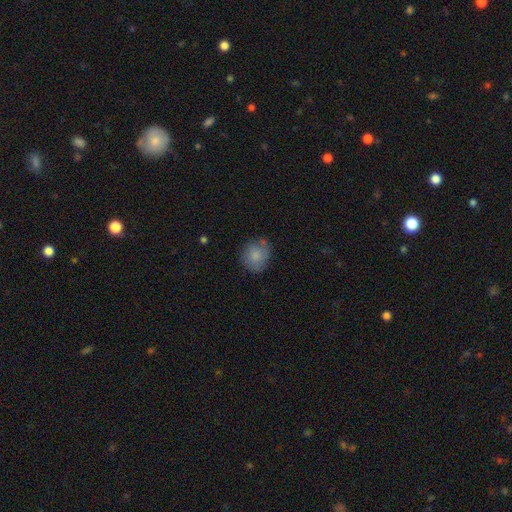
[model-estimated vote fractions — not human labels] Smooth or featured? Predicted: smooth (p=0.79). How rounded? Predicted: round (p=0.76). Merging? Predicted: none (p=0.68).